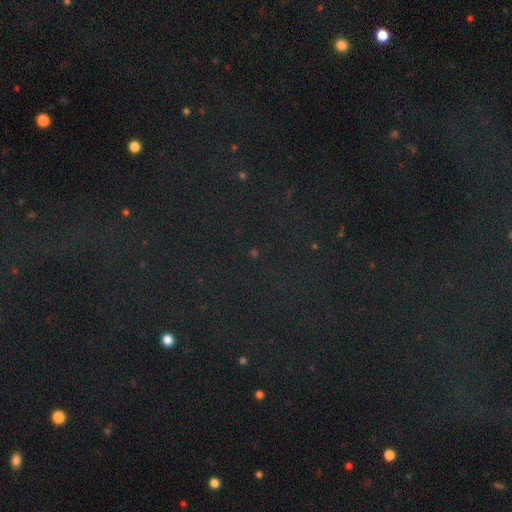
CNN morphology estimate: Smooth or featured? star or artifact (82%)